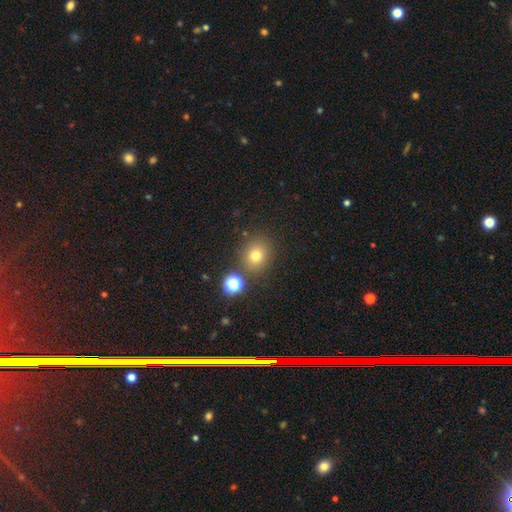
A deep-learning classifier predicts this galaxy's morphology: A smooth galaxy with no disk features (73%) that is round (78%). Merging: none (79%).